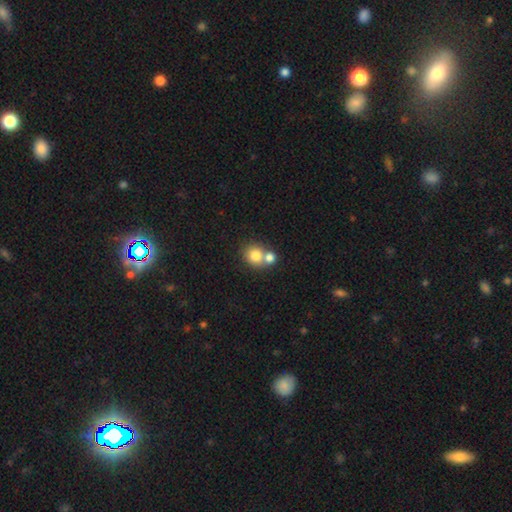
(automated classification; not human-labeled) A smooth galaxy with no disk features (79%) that is round (80%). Merging: merger (51%).